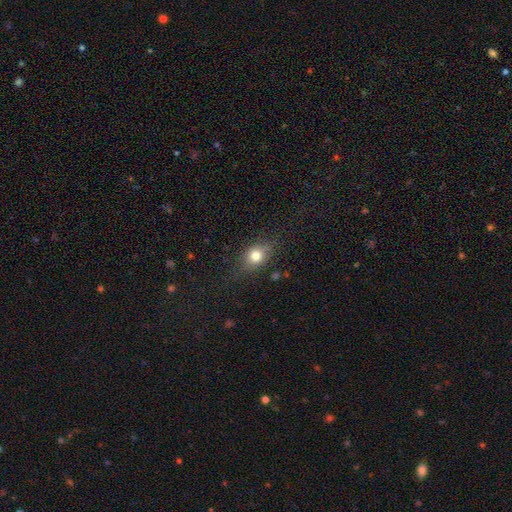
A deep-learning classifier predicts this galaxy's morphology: The model was most divided on "how rounded": in between: 50%, round: 47%, cigar-shaped: 3%. More confident: smooth or featured — smooth (77%); merging — none (75%).